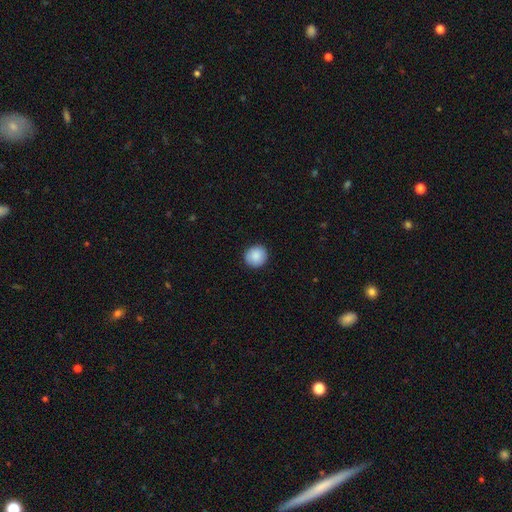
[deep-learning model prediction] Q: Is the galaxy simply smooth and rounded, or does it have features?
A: smooth — 89%.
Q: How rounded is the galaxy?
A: round — 90%.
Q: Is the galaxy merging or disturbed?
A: none — 91%.